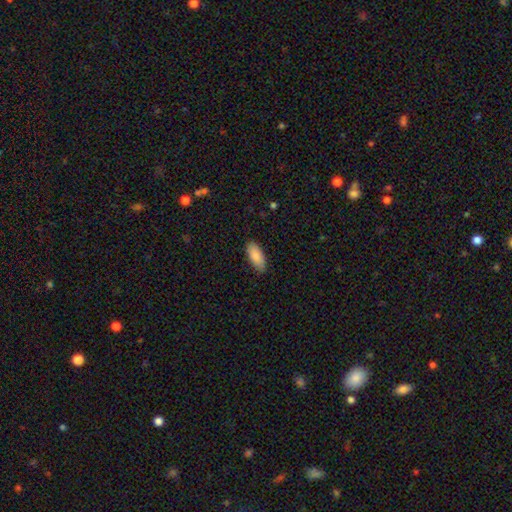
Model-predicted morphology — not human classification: The model was most divided on "merging": none: 84%, minor disturbance: 13%, major disturbance: 2%, merger: 1%. More confident: smooth or featured — smooth (88%); how rounded — in between (86%).